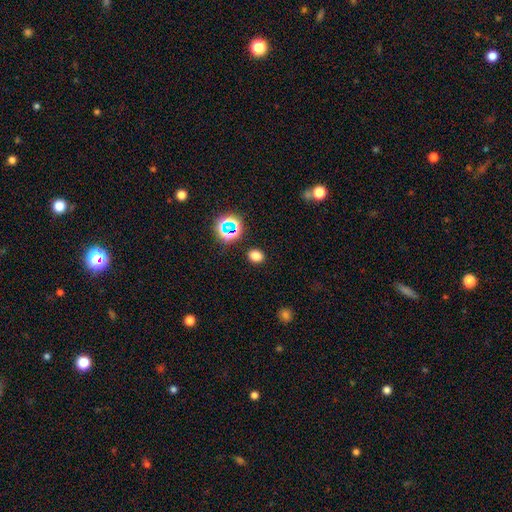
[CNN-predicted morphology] smooth-or-featured: smooth: 75% | star or artifact: 19% | featured or disk: 5%
  how-rounded: in between: 53% | round: 46% | cigar-shaped: 1%
  merging: none: 89% | minor disturbance: 7% | major disturbance: 3% | merger: 2%